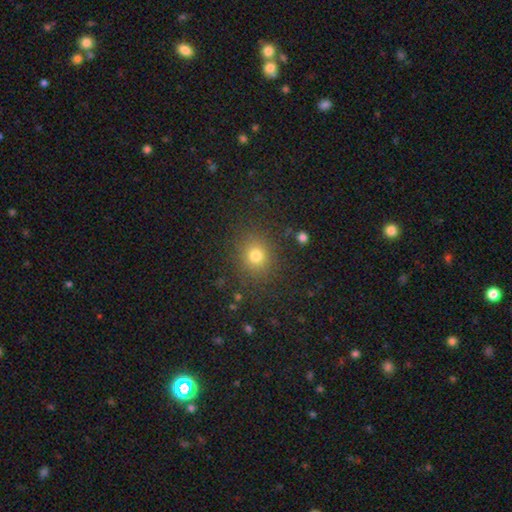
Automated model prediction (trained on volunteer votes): Smooth or featured: smooth — 76% (star or artifact — 16%)
How rounded: round — 78% (in between — 21%)
Merging: none — 86% (minor disturbance — 9%)